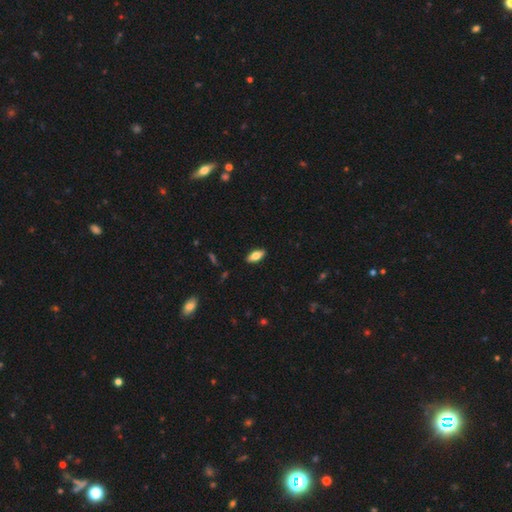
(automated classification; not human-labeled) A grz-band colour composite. It shows a smooth galaxy with no disk features (75%) that is in between round and cigar-shaped (82%). Merging: none (89%).